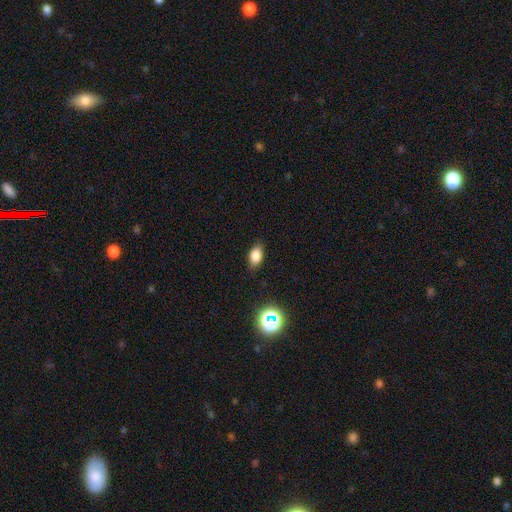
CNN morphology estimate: Smooth or featured: smooth — 81% (star or artifact — 12%)
How rounded: in between — 87% (round — 10%)
Merging: none — 85% (minor disturbance — 11%)